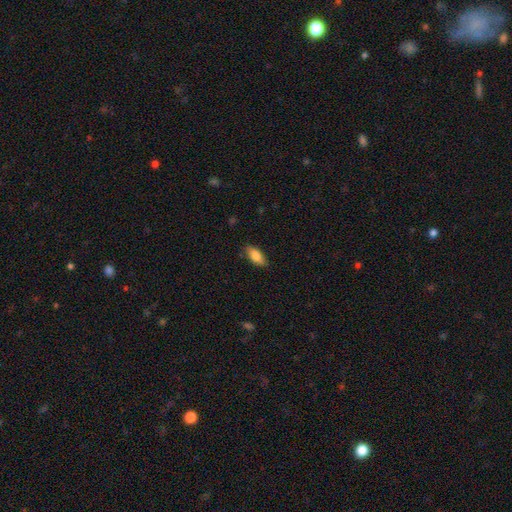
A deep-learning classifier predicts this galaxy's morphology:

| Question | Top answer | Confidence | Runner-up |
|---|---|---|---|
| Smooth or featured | smooth | 84% | featured or disk (10%) |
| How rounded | in between | 87% | cigar-shaped (11%) |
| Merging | none | 83% | minor disturbance (14%) |